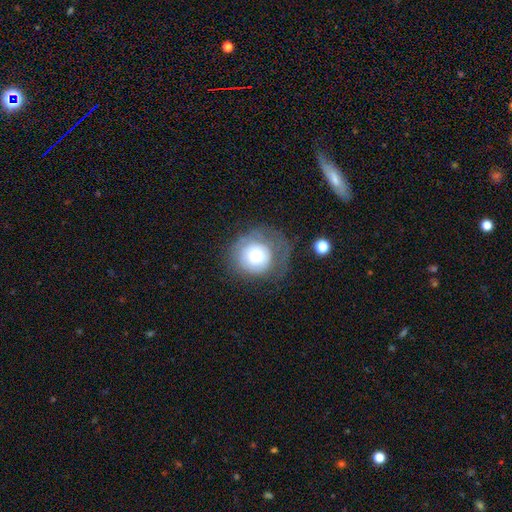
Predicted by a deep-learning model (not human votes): This is possibly a smooth galaxy (60%). How rounded: clearly round (89%). Merging: possibly none (48%).